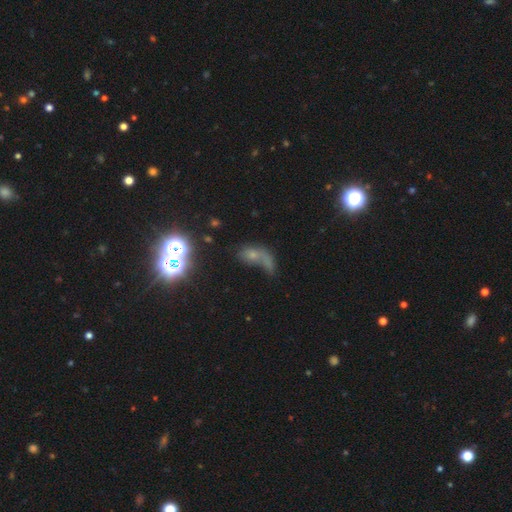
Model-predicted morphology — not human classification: A smooth galaxy with no disk features (41%). Merging: major disturbance (33%).